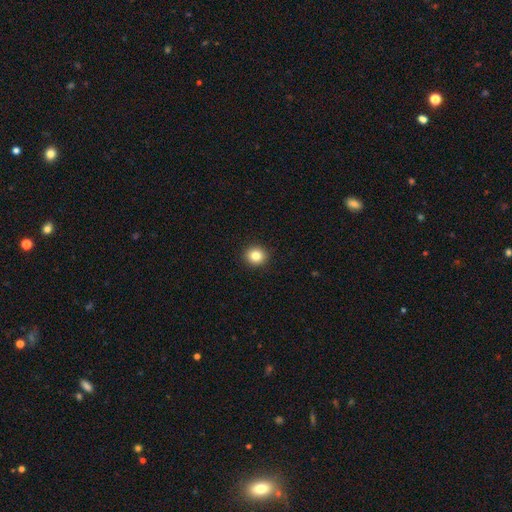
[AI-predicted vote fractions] smooth-or-featured: smooth: 84% | star or artifact: 11% | featured or disk: 5%
  how-rounded: round: 90% | in between: 10% | cigar-shaped: 1%
  merging: none: 93% | minor disturbance: 5% | major disturbance: 2% | merger: 1%